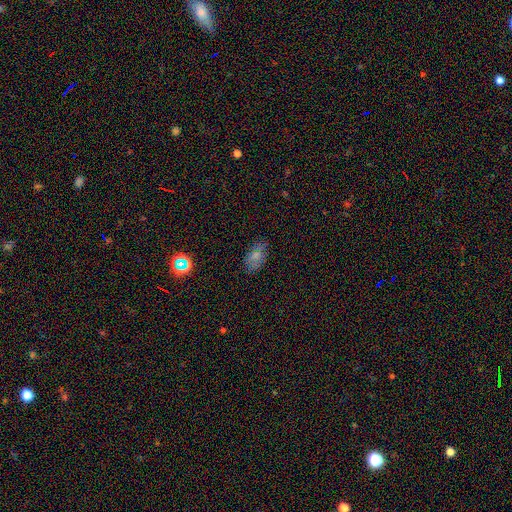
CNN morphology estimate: Smooth or featured? Predicted: smooth (p=0.72). How rounded? Predicted: in between (p=0.91). Merging? Predicted: none (p=0.78).